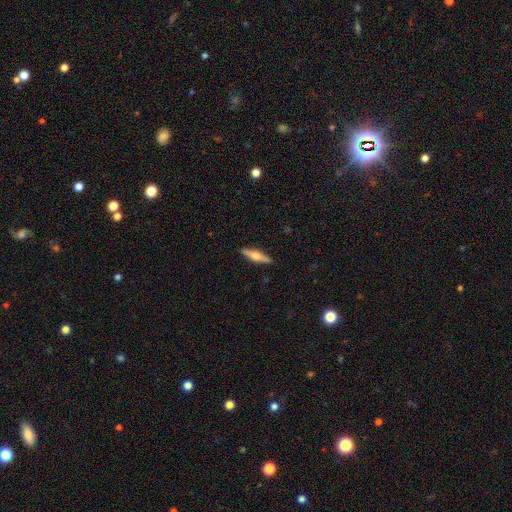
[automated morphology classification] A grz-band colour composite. It shows a featured or disk galaxy (63%) viewed edge-on (96%) with a rounded central bulge (93%). Merging: none (90%).